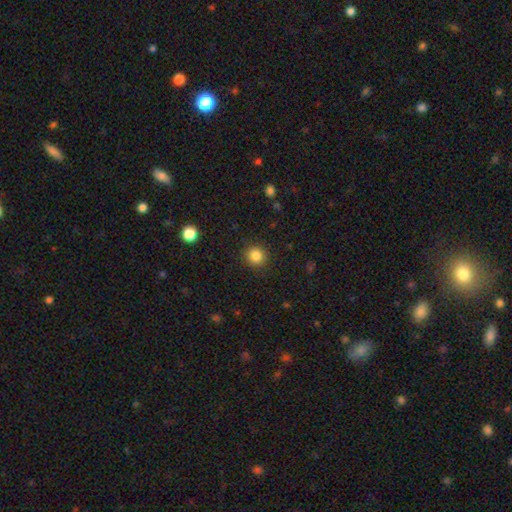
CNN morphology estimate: Smooth or featured?
  - smooth: 85% *
  - star or artifact: 11%
  - featured or disk: 4%
How rounded?
  - round: 91% *
  - in between: 9%
  - cigar-shaped: 1%
Merging?
  - none: 90% *
  - minor disturbance: 6%
  - major disturbance: 2%
  - merger: 1%